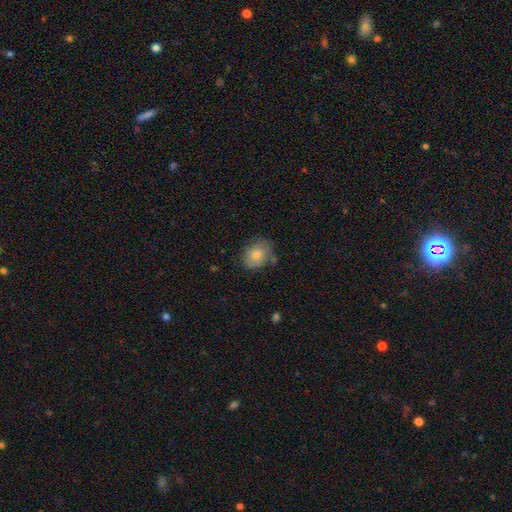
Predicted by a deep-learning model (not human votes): Smooth or featured: smooth — 77% (featured or disk — 14%)
How rounded: in between — 58% (round — 41%)
Merging: none — 72% (minor disturbance — 21%)